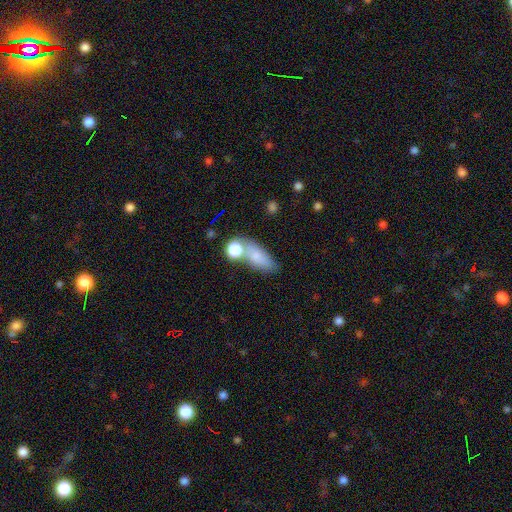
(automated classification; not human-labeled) Q: Smooth or featured?
A: smooth (74%); runner-up: featured or disk (16%)
Q: How rounded?
A: in between (70%); runner-up: cigar-shaped (19%)
Q: Merging?
A: none (48%); runner-up: merger (26%)